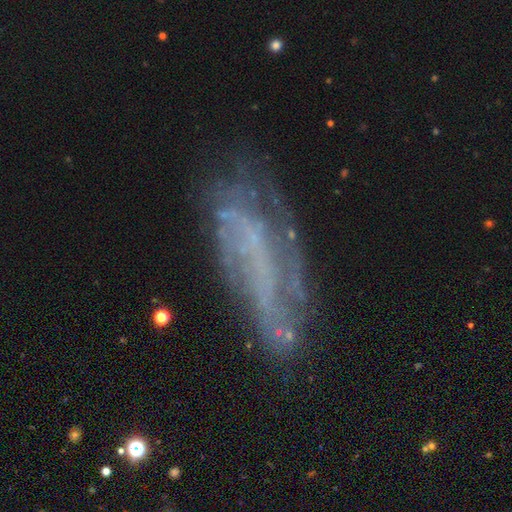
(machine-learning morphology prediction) The model was most divided on "spiral arms": yes: 61%, no: 39%. More confident: edge-on disk — no (80%); bulge size — none (77%); smooth or featured — featured or disk (63%); bar — no (60%); merging — none (57%).